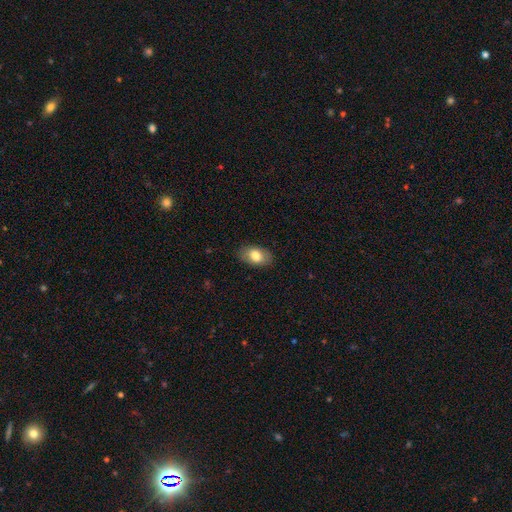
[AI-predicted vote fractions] Smooth or featured? Predicted: smooth (p=0.79). How rounded? Predicted: in between (p=0.91). Merging? Predicted: none (p=0.85).